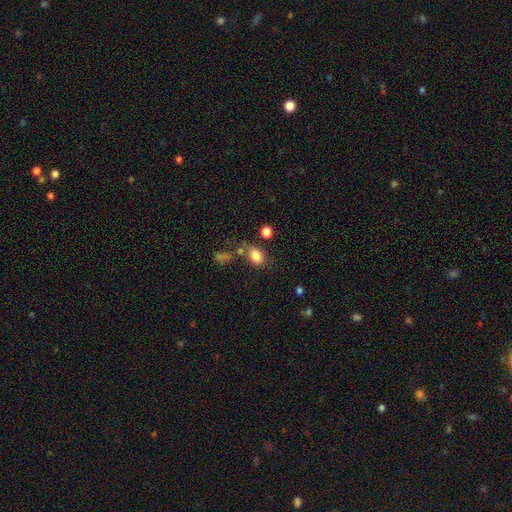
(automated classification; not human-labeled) Smooth or featured? smooth (82%)
How rounded? in between (79%)
Merging? none (63%)